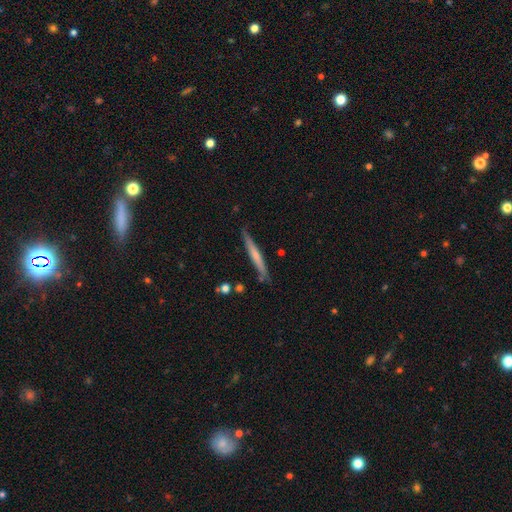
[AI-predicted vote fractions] Q: Smooth or featured?
A: smooth (50%); runner-up: featured or disk (44%)
Q: How rounded?
A: cigar-shaped (96%); runner-up: in between (3%)
Q: Merging?
A: none (83%); runner-up: minor disturbance (13%)